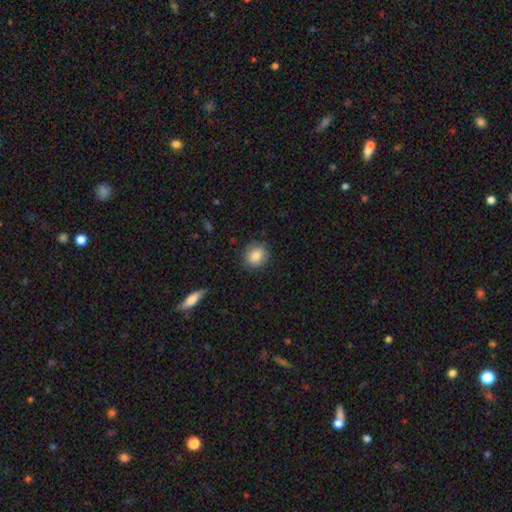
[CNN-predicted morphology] This is clearly a smooth galaxy (85%). How rounded: likely round (76%). Merging: clearly none (88%).